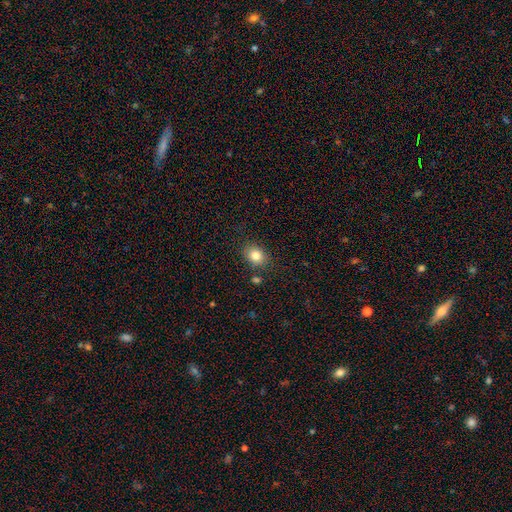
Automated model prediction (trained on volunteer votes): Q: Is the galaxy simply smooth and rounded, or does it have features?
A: smooth — 82%.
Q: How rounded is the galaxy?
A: in between — 50%.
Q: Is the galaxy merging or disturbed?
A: none — 81%.